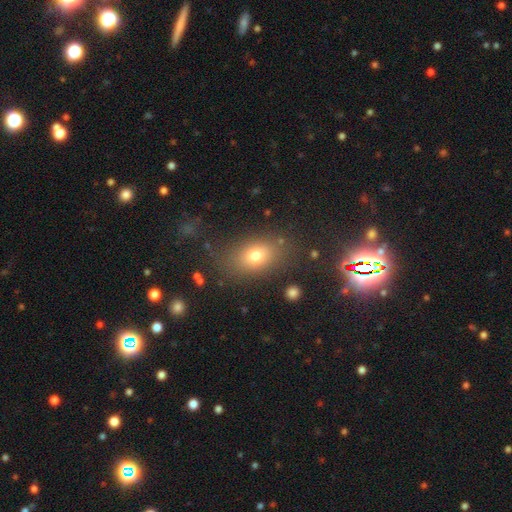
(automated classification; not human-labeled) Smooth or featured: smooth — 73% (star or artifact — 14%)
How rounded: in between — 76% (round — 21%)
Merging: none — 77% (minor disturbance — 13%)